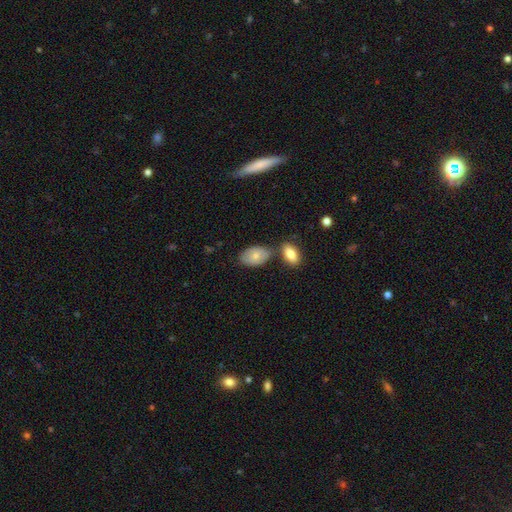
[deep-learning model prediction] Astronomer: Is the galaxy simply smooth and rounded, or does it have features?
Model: smooth — 73%.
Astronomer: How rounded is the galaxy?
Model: in between — 91%.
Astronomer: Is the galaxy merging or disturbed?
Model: none — 57%.